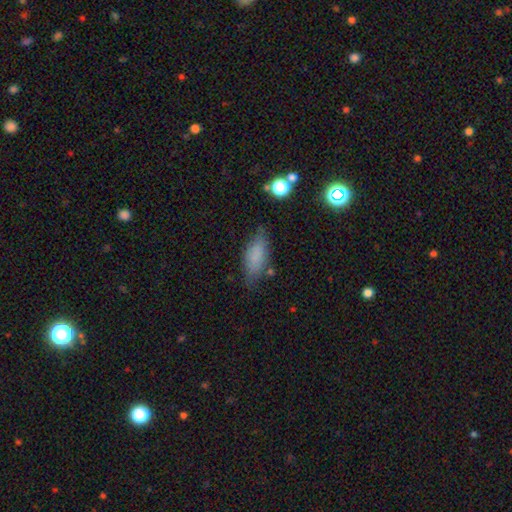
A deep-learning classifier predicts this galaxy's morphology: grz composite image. It shows a smooth galaxy with no disk features (79%) that is in between round and cigar-shaped (74%). Merging: none (72%).